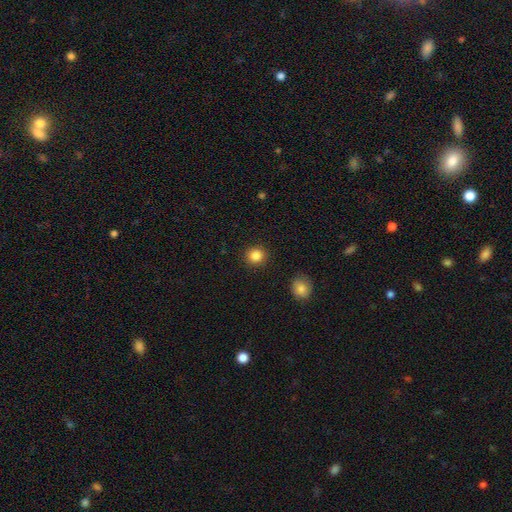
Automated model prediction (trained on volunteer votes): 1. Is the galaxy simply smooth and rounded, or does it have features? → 86% smooth, 10% star or artifact, 4% featured or disk.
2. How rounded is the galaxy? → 88% round, 11% in between, 1% cigar-shaped.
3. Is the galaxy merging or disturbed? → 91% none, 6% minor disturbance, 2% major disturbance, 1% merger.